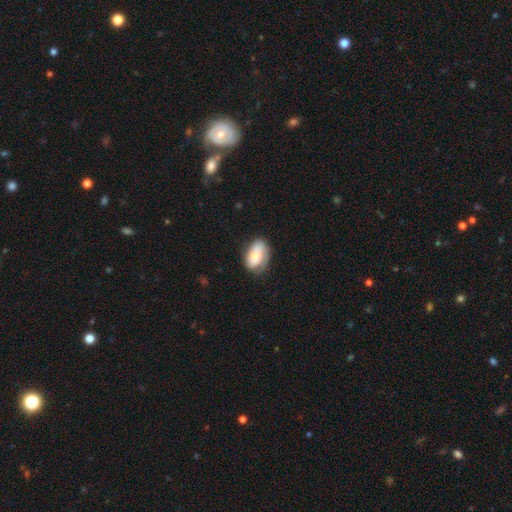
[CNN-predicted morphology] Smooth or featured? smooth (67%)
How rounded? in between (89%)
Merging? none (60%)